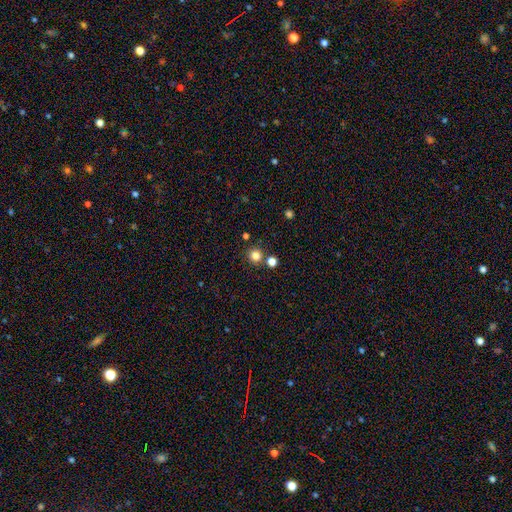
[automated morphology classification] smooth 81%, star or artifact 14%, featured or disk 5%. Down the decision tree: how rounded — round (94%); merging — none (81%).